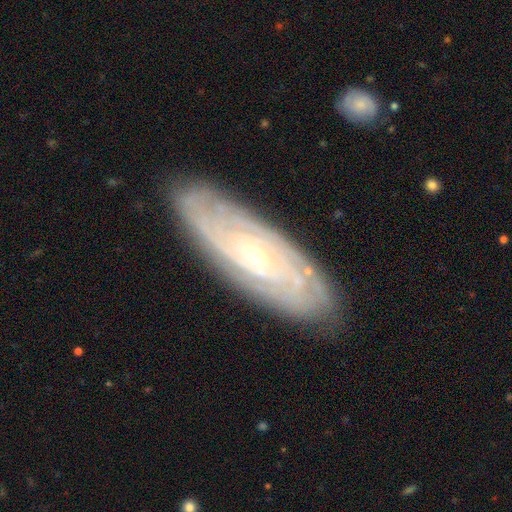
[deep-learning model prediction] This is clearly a featured or disk galaxy (80%). It is clearly not viewed edge-on (85%). Bar: likely no (67%). Spiral arm pattern: clearly yes (93%). Spiral arm count: possibly can't tell (49%). Spiral winding: likely tight (76%). Central bulge: likely small (80%). Merging: clearly none (83%).